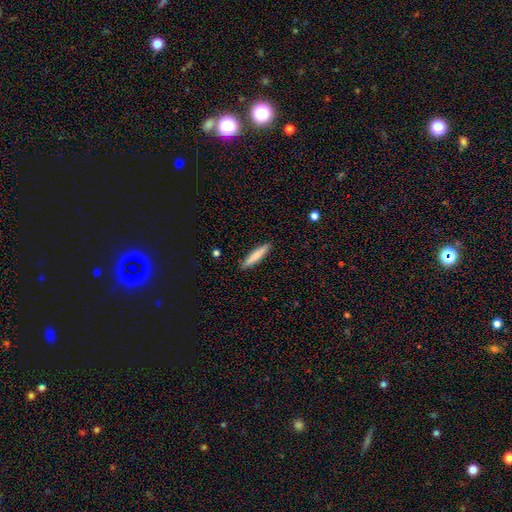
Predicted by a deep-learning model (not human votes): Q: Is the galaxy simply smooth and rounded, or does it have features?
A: smooth — 77%.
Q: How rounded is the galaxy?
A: cigar-shaped — 90%.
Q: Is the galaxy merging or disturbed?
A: none — 90%.